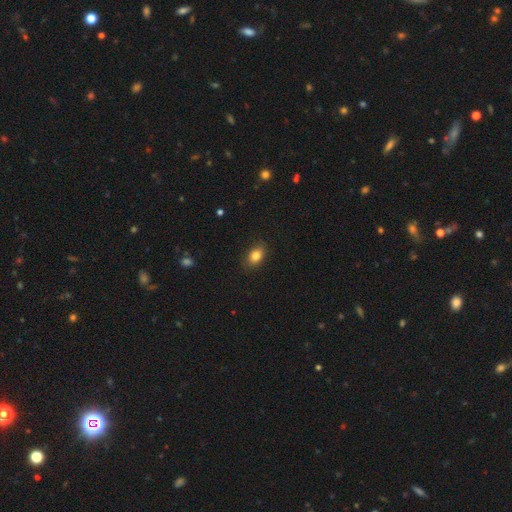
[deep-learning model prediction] Overall: smooth (83%). How rounded: in between (78%). Merging: none (85%).